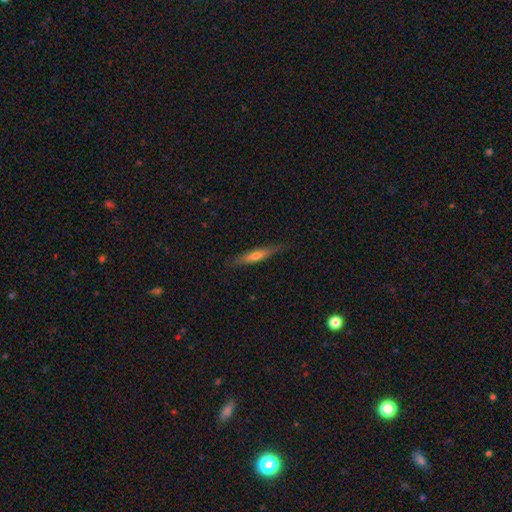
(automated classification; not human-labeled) smooth-or-featured: featured or disk: 49% | smooth: 45% | star or artifact: 6%
  merging: none: 85% | minor disturbance: 12% | major disturbance: 2% | merger: 1%